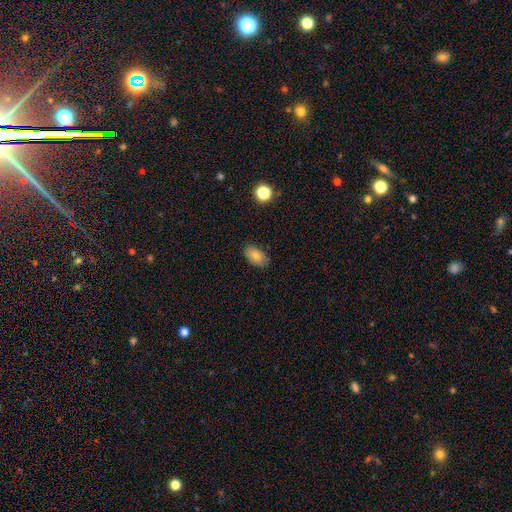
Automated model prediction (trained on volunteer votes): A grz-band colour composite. It shows a smooth galaxy with no disk features (81%) that is in between round and cigar-shaped (91%). Merging: none (85%).